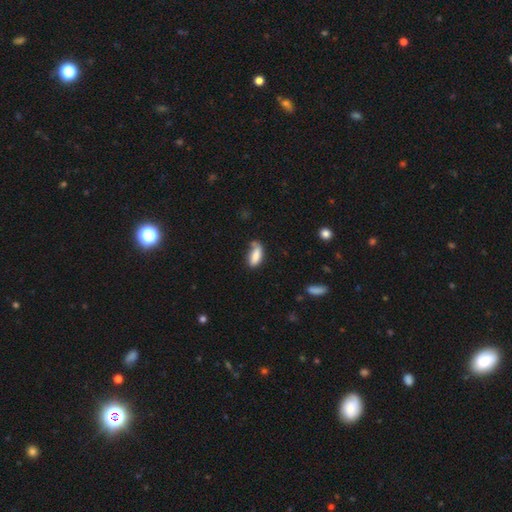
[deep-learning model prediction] Smooth or featured?
  - smooth: 83% *
  - featured or disk: 9%
  - star or artifact: 8%
How rounded?
  - in between: 82% *
  - cigar-shaped: 15%
  - round: 2%
Merging?
  - none: 49% *
  - minor disturbance: 31%
  - major disturbance: 11%
  - merger: 8%